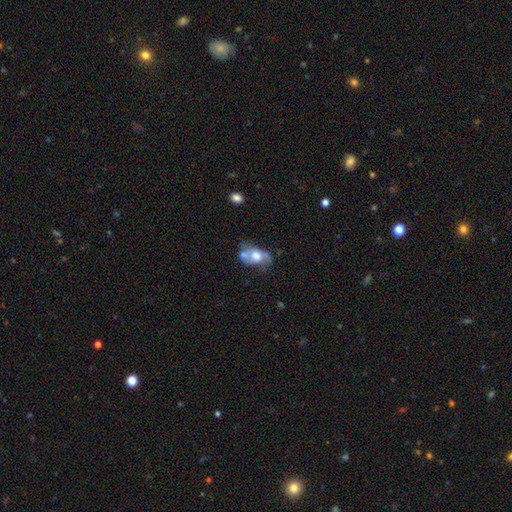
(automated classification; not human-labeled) Smooth or featured?
  - smooth: 51% *
  - featured or disk: 40%
  - star or artifact: 9%
How rounded?
  - in between: 76% *
  - round: 22%
  - cigar-shaped: 3%
Merging?
  - merger: 34% *
  - none: 32%
  - minor disturbance: 20%
  - major disturbance: 14%